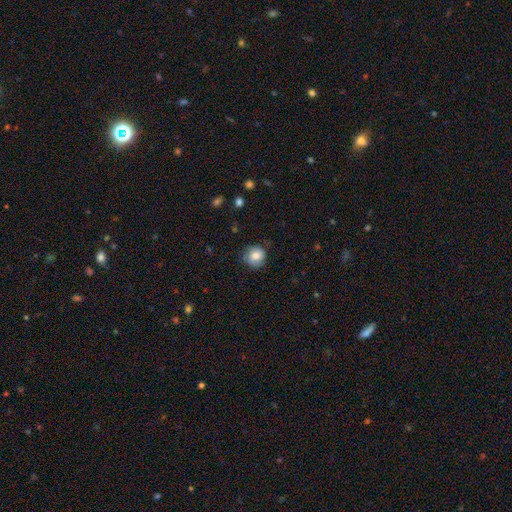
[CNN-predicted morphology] Smooth or featured? smooth (83%)
How rounded? round (87%)
Merging? none (77%)